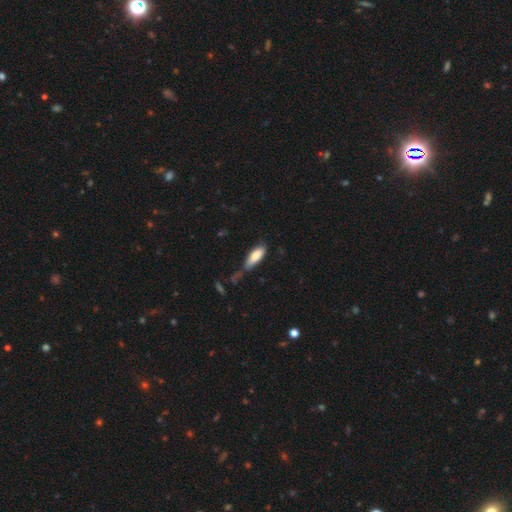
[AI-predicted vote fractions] Overall: smooth (81%). How rounded: in between (65%; cigar-shaped 33%). Merging: none (45%; minor disturbance 35%).